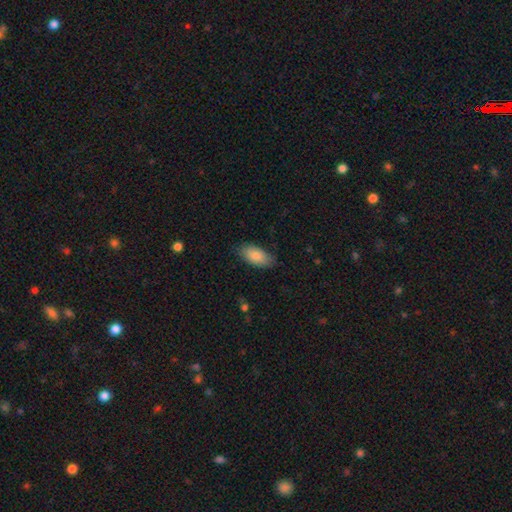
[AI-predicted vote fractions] Q: Smooth or featured?
A: smooth (85%); runner-up: featured or disk (9%)
Q: How rounded?
A: in between (92%); runner-up: cigar-shaped (6%)
Q: Merging?
A: none (81%); runner-up: minor disturbance (15%)